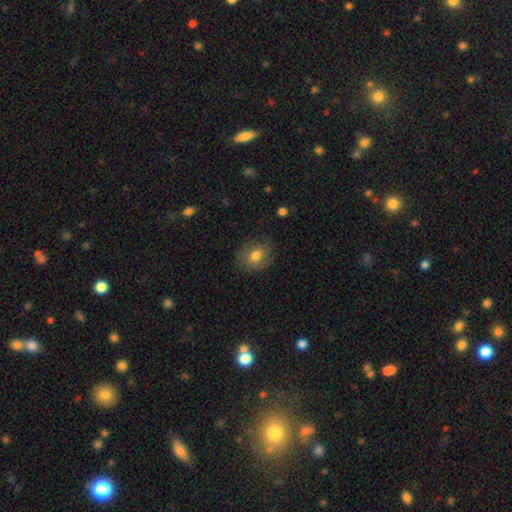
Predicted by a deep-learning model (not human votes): This is likely a smooth galaxy (78%). How rounded: possibly round (55%). Merging: likely none (77%).